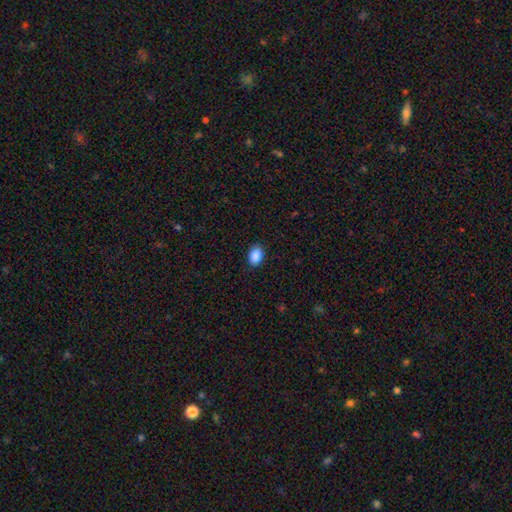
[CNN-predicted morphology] A smooth galaxy with no disk features (89%) that is in between round and cigar-shaped (85%). Merging: none (88%).